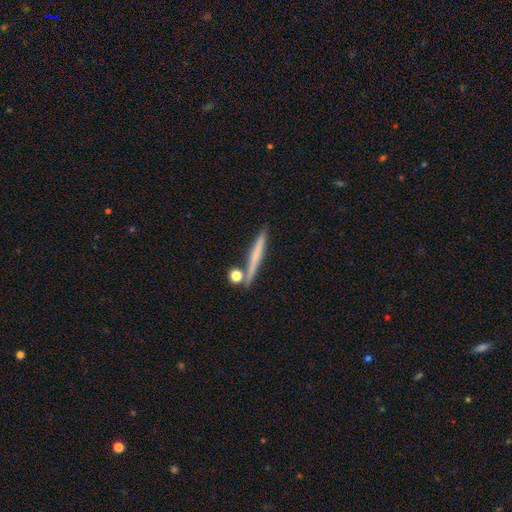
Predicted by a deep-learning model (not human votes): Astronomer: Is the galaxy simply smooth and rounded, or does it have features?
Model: smooth — 58% (runner-up: featured or disk, 35%).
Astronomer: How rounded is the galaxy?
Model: cigar-shaped — 93%.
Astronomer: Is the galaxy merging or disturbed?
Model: none — 78%.